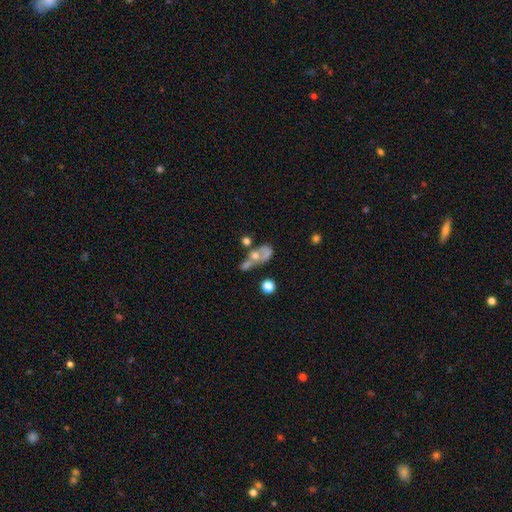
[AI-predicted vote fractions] Smooth or featured? featured or disk (45%)
Merging? merger (44%)